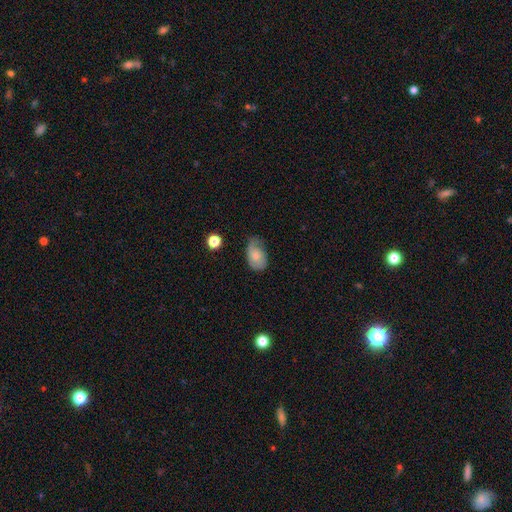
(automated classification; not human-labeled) A smooth galaxy with no disk features (64%) that is in between round and cigar-shaped (87%). Merging: none (48%).